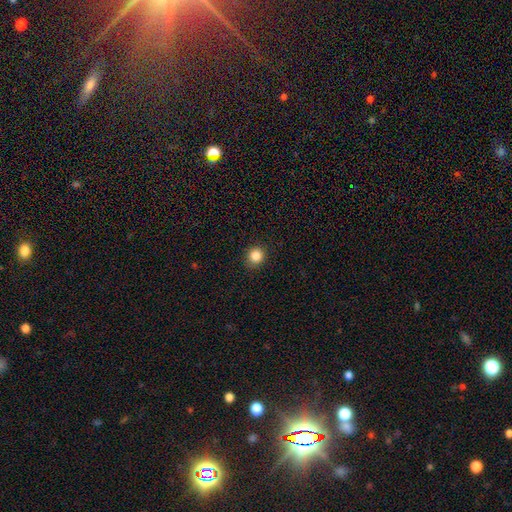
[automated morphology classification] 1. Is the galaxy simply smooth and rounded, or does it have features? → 86% smooth, 11% star or artifact, 4% featured or disk.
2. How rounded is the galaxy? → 87% round, 12% in between, 1% cigar-shaped.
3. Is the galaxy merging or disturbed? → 90% none, 7% minor disturbance, 2% major disturbance, 1% merger.